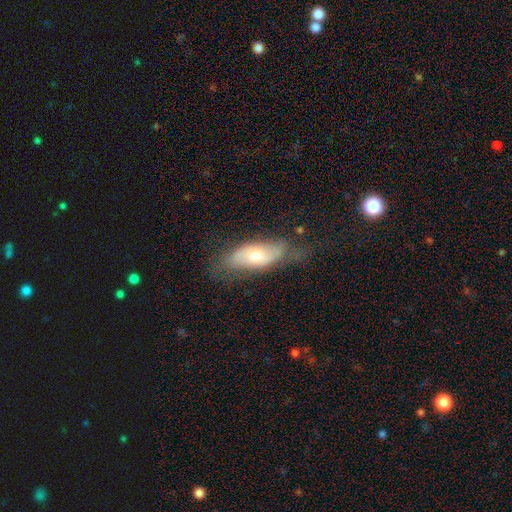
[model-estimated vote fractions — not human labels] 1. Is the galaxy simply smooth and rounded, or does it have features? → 54% smooth, 39% featured or disk, 7% star or artifact.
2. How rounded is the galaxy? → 79% in between, 18% cigar-shaped, 3% round.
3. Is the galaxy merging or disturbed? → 59% none, 26% minor disturbance, 12% major disturbance, 2% merger.